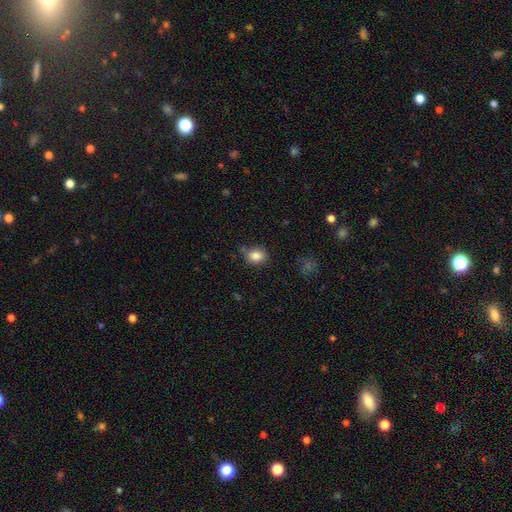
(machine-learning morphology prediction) Overall: smooth (85%). How rounded: round (51%; in between 48%). Merging: none (76%).